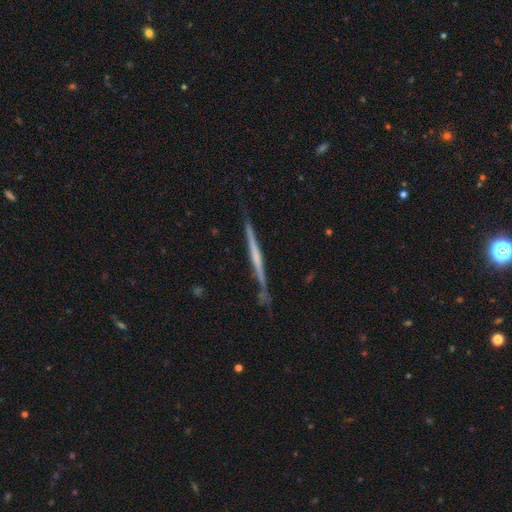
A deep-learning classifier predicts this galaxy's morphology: Smooth or featured? Predicted: featured or disk (p=0.70). Edge-on disk? Predicted: yes (p=0.98). Edge-on bulge? Predicted: none (p=0.69). Merging? Predicted: none (p=0.83).